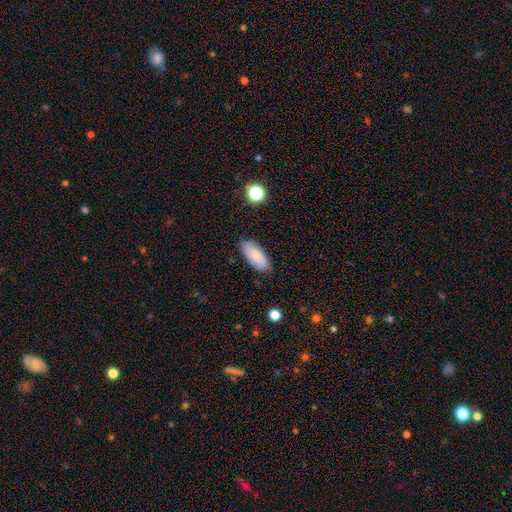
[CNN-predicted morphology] Smooth or featured?
  - smooth: 81% *
  - featured or disk: 12%
  - star or artifact: 7%
How rounded?
  - in between: 88% *
  - cigar-shaped: 11%
  - round: 2%
Merging?
  - none: 84% *
  - minor disturbance: 12%
  - major disturbance: 2%
  - merger: 1%